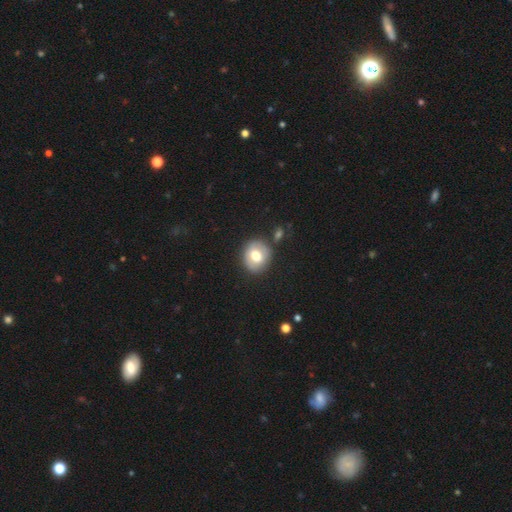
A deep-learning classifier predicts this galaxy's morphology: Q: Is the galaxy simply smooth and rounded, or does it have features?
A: smooth — 67%.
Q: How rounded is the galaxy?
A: round — 74%.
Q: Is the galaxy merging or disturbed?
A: none — 78%.